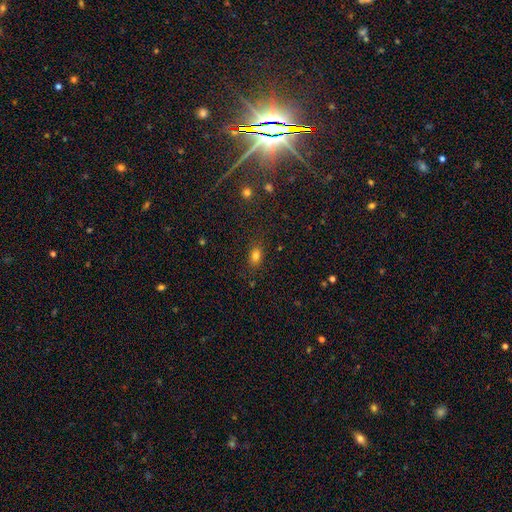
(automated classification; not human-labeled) Q: Smooth or featured?
A: smooth (80%); runner-up: star or artifact (13%)
Q: How rounded?
A: in between (76%); runner-up: round (21%)
Q: Merging?
A: none (82%); runner-up: minor disturbance (12%)